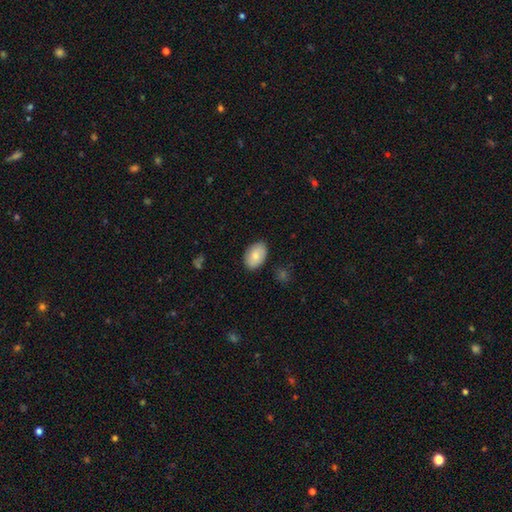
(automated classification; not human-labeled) Smooth or featured? smooth (79%)
How rounded? in between (89%)
Merging? none (86%)